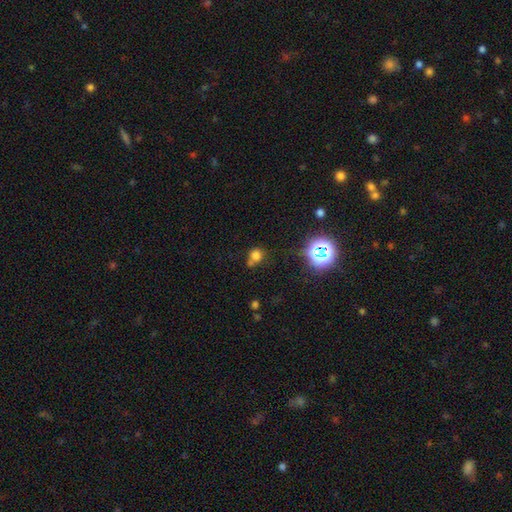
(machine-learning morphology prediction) Smooth or featured? Predicted: smooth (p=0.70). How rounded? Predicted: round (p=0.80). Merging? Predicted: none (p=0.51).